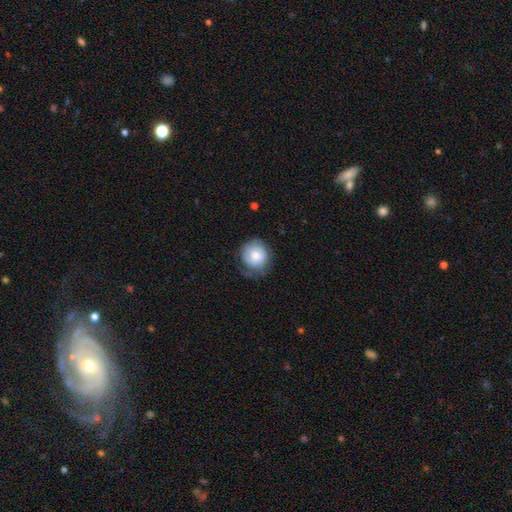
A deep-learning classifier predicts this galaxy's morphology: smooth_or_featured: smooth (p=0.70) [alt: featured or disk p=0.23]
how_rounded: round (p=0.86) [alt: in between p=0.13]
merging: none (p=0.60) [alt: minor disturbance p=0.27]